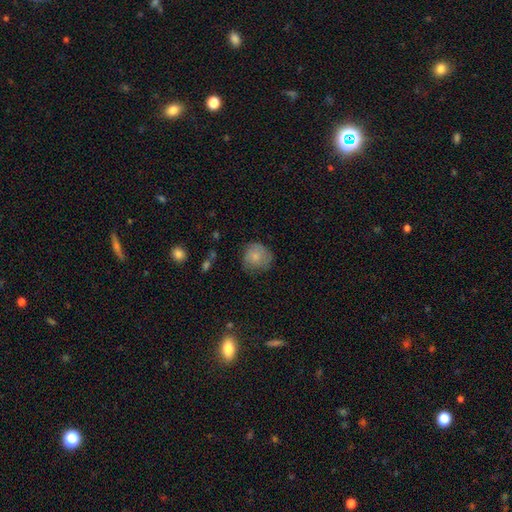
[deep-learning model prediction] This is likely a smooth galaxy (74%). How rounded: clearly round (83%). Merging: likely none (63%).